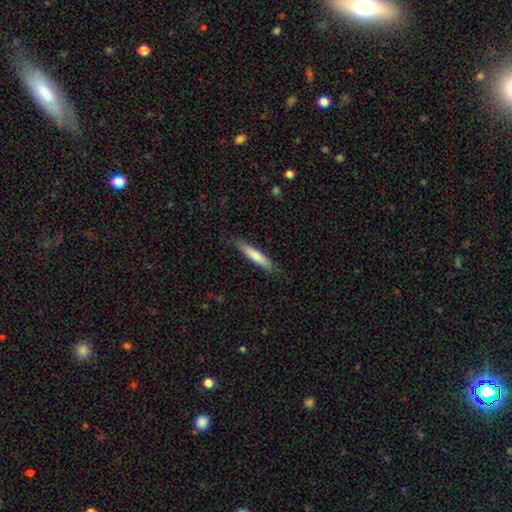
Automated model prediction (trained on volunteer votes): A smooth galaxy with no disk features (77%) that is cigar-shaped (86%). Merging: none (84%).